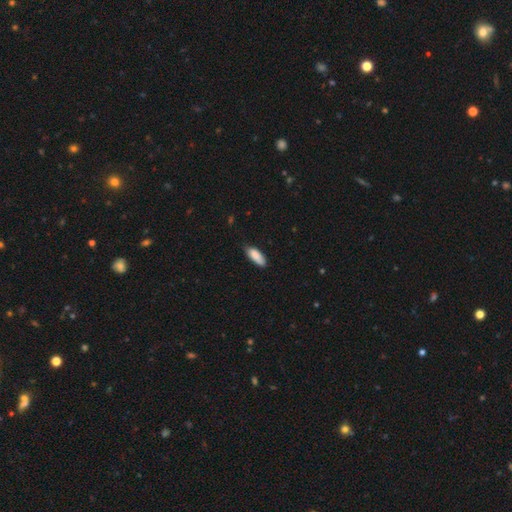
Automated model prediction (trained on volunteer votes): This appears to be a smooth galaxy with no disk features (88%) that is in between round and cigar-shaped (71%). Merging: none (75%).